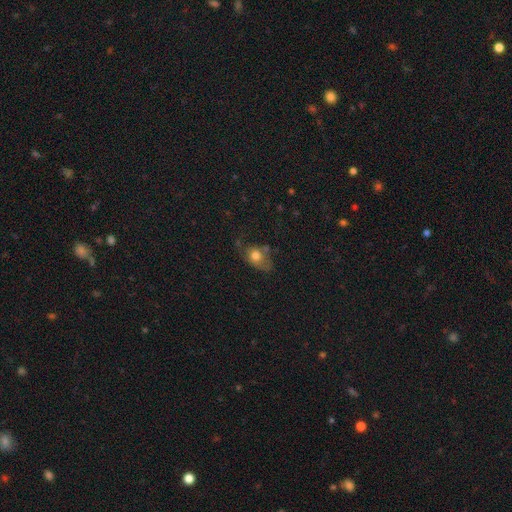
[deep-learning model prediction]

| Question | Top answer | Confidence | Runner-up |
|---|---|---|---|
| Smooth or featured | smooth | 69% | featured or disk (21%) |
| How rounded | in between | 68% | round (29%) |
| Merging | none | 41% | minor disturbance (31%) |